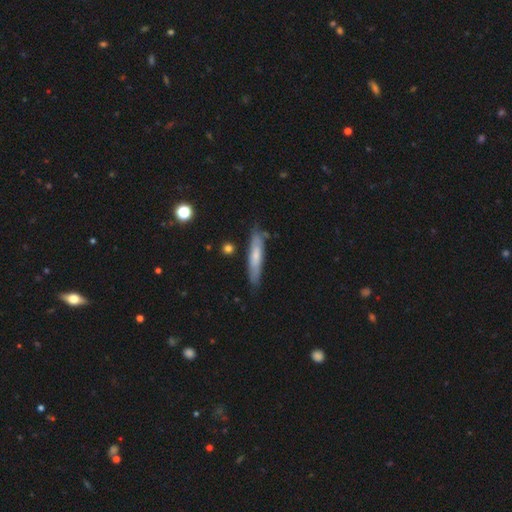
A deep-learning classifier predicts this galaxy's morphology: A smooth galaxy with no disk features (59%) that is cigar-shaped (88%). Merging: none (78%).